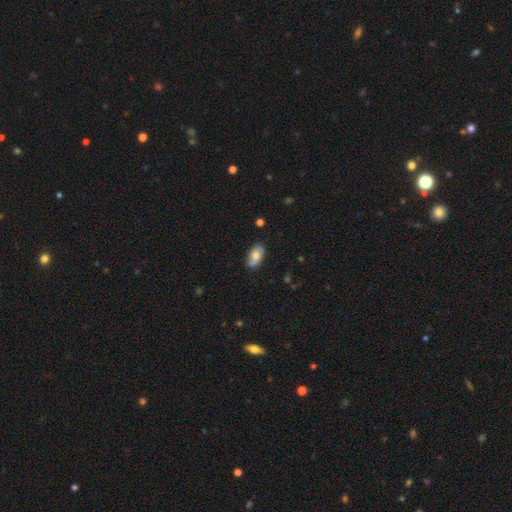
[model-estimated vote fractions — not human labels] Morphology: type=smooth (61%); roundness=in between (92%); merging=none (77%).